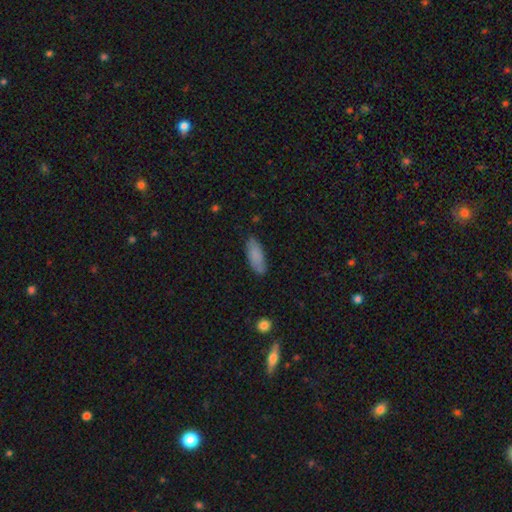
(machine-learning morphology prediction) Smooth or featured? Predicted: smooth (p=0.85). How rounded? Predicted: in between (p=0.71). Merging? Predicted: none (p=0.82).